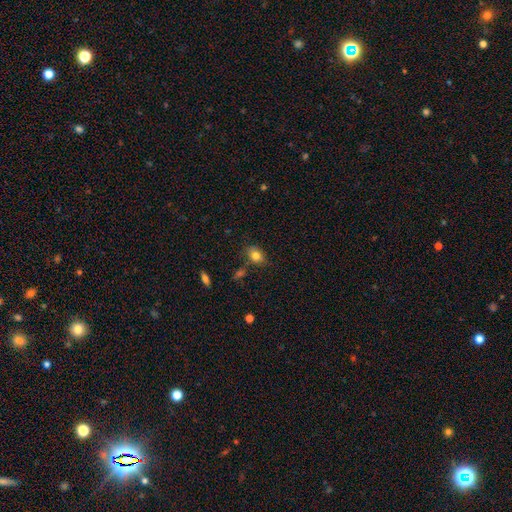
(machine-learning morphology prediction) Smooth or featured?
  - smooth: 80% *
  - star or artifact: 10%
  - featured or disk: 10%
How rounded?
  - in between: 68% *
  - round: 30%
  - cigar-shaped: 1%
Merging?
  - none: 72% *
  - minor disturbance: 18%
  - merger: 6%
  - major disturbance: 4%